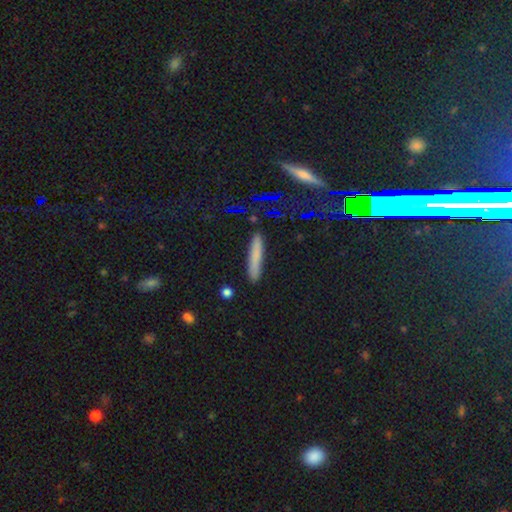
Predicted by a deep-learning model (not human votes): The model was most divided on "smooth or featured": smooth: 71%, featured or disk: 17%, star or artifact: 13%. More confident: how rounded — cigar-shaped (93%); merging — none (87%).